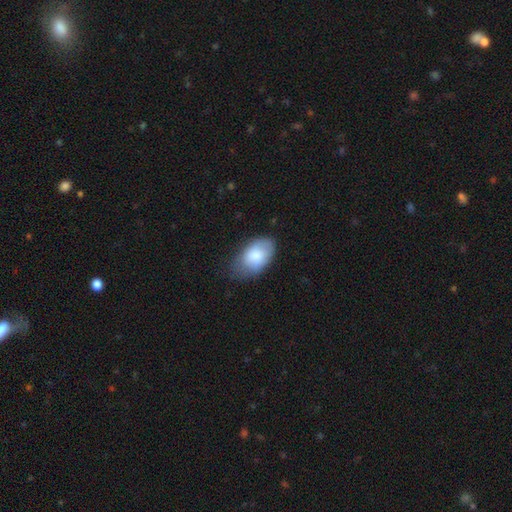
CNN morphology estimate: Smooth or featured?
  - smooth: 80% *
  - featured or disk: 13%
  - star or artifact: 6%
How rounded?
  - in between: 92% *
  - round: 7%
  - cigar-shaped: 1%
Merging?
  - none: 55% *
  - minor disturbance: 34%
  - major disturbance: 9%
  - merger: 1%